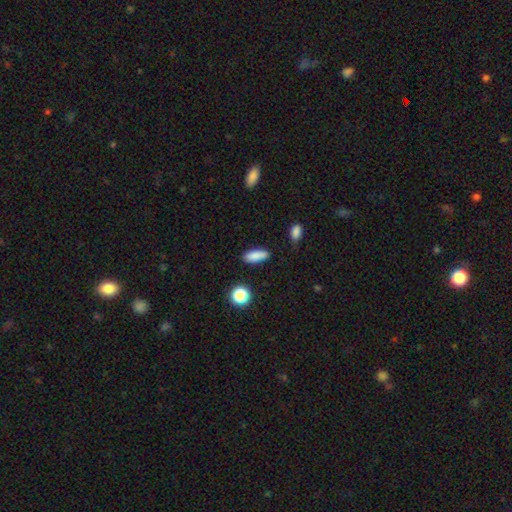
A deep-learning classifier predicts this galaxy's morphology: This is clearly a smooth galaxy (86%). How rounded: likely in between (71%). Merging: clearly none (85%).